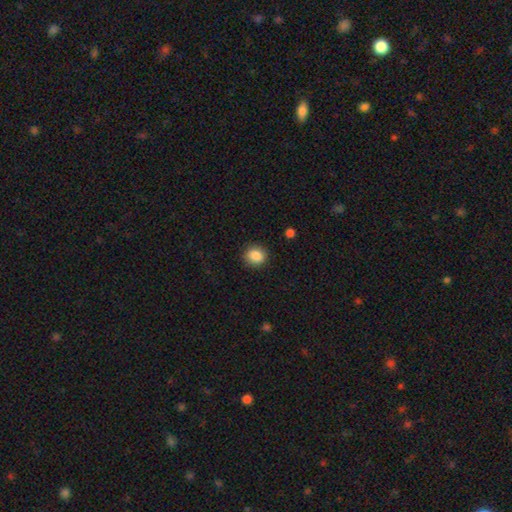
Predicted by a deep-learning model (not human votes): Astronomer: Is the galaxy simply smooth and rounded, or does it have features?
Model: smooth — 86%.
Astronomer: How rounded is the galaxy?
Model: round — 79%.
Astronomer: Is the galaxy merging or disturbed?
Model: none — 88%.